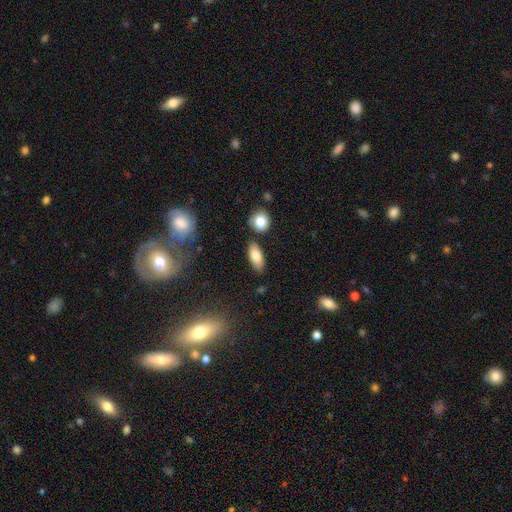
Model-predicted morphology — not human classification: type=smooth (80%); roundness=in between (84%); merging=none (80%).